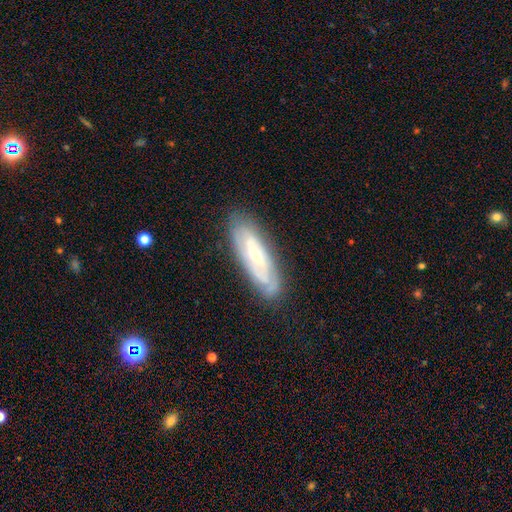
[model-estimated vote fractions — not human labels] This appears to be a featured or disk galaxy (71%) with no bar (63%), spiral arms (80%) and a small central bulge (69%). Merging: none (80%).